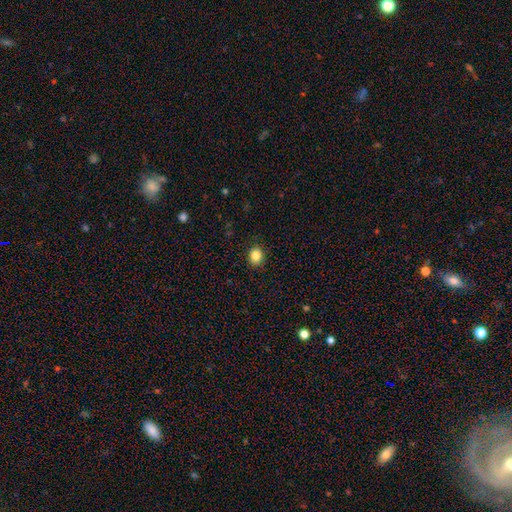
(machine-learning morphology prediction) smooth 85%, star or artifact 10%, featured or disk 5%. Down the decision tree: how rounded — round (65%); merging — none (89%).